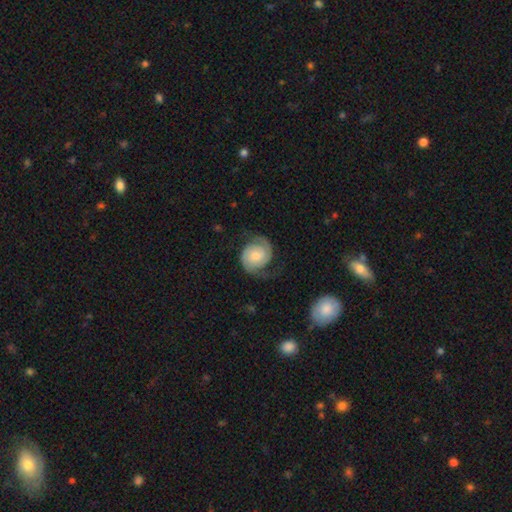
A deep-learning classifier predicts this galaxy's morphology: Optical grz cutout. It shows a featured or disk galaxy (79%) with no bar (68%), 2 (92%) medium (43%) spiral arms (96%) and a small central bulge (37%). Merging: none (70%).